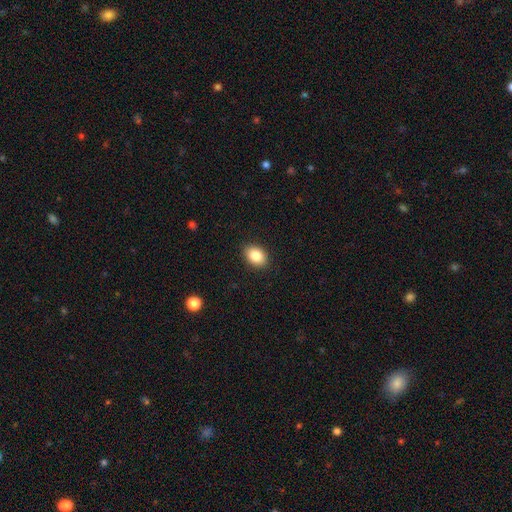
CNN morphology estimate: The model was most divided on "how rounded": in between: 80%, round: 19%, cigar-shaped: 1%. More confident: merging — none (89%); smooth or featured — smooth (87%).